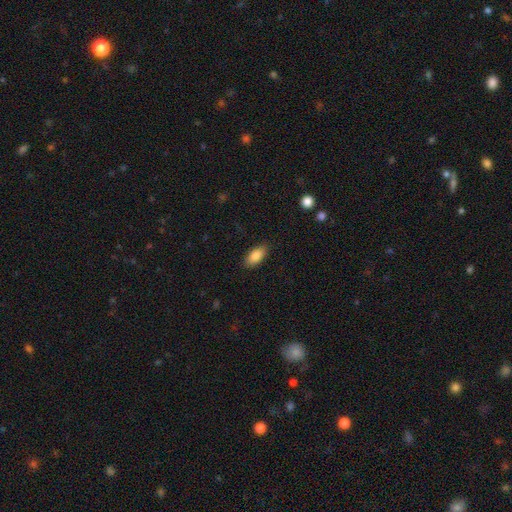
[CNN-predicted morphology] Q: Smooth or featured?
A: smooth (86%); runner-up: featured or disk (7%)
Q: How rounded?
A: in between (87%); runner-up: cigar-shaped (10%)
Q: Merging?
A: none (86%); runner-up: minor disturbance (10%)